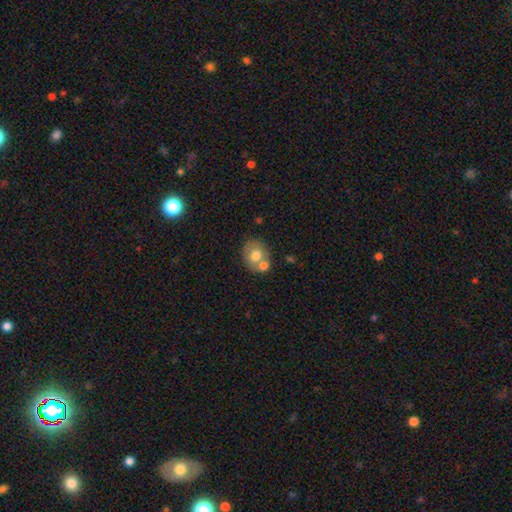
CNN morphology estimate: smooth-or-featured: smooth: 68% | featured or disk: 23% | star or artifact: 8%
  how-rounded: round: 62% | in between: 37% | cigar-shaped: 1%
  merging: none: 49% | merger: 36% | minor disturbance: 12% | major disturbance: 4%